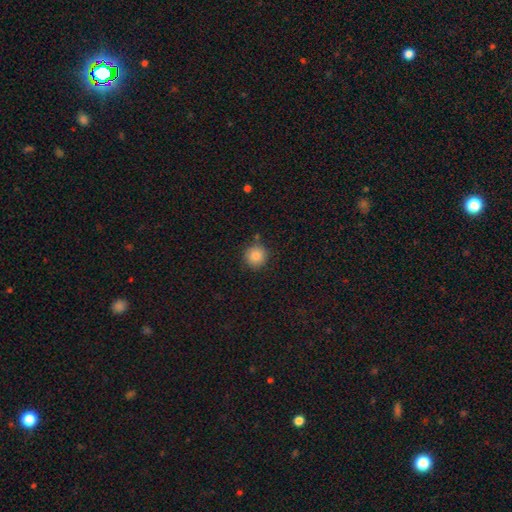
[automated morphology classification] type=smooth (85%); roundness=round (93%); merging=none (85%).